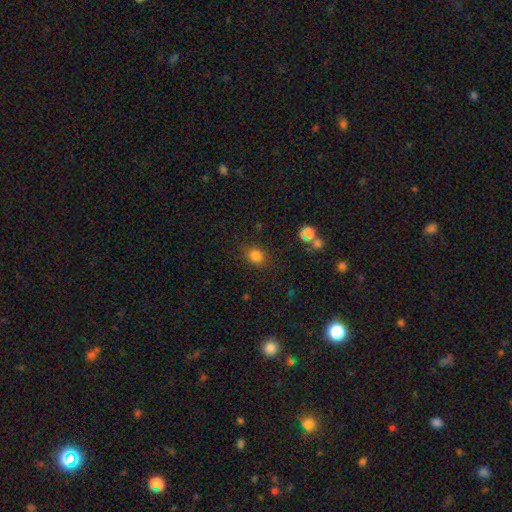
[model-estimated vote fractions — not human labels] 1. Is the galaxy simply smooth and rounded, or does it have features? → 81% smooth, 14% star or artifact, 6% featured or disk.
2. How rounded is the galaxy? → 59% round, 40% in between, 1% cigar-shaped.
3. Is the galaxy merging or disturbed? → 81% none, 13% minor disturbance, 4% major disturbance, 2% merger.